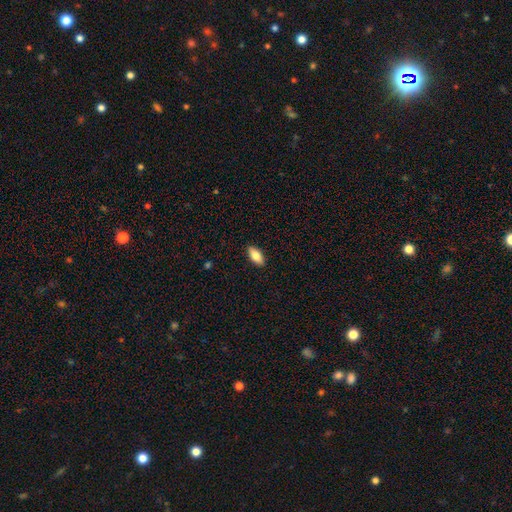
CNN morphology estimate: The model was most divided on "smooth or featured": smooth: 81%, featured or disk: 13%, star or artifact: 6%. More confident: merging — none (91%); how rounded — in between (88%).